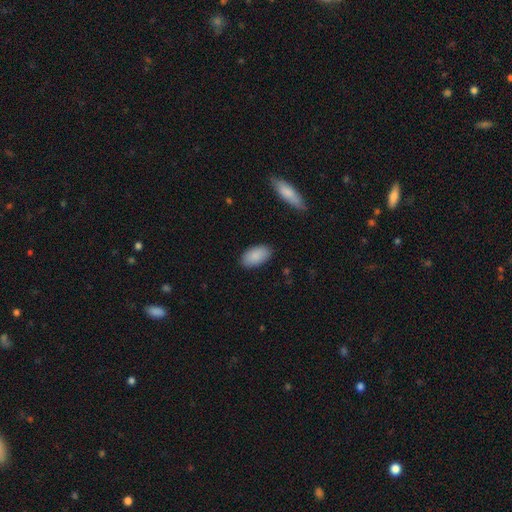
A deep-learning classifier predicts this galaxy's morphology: Smooth or featured? Predicted: smooth (p=0.88). How rounded? Predicted: in between (p=0.95). Merging? Predicted: none (p=0.86).